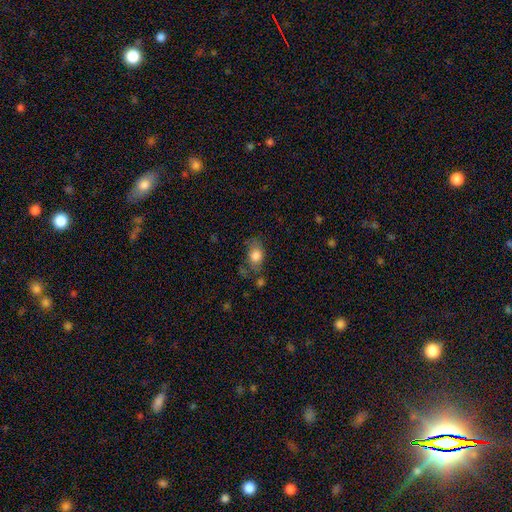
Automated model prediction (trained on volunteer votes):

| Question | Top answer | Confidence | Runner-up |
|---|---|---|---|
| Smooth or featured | smooth | 79% | featured or disk (12%) |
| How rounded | in between | 78% | round (20%) |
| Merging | none | 55% | minor disturbance (26%) |